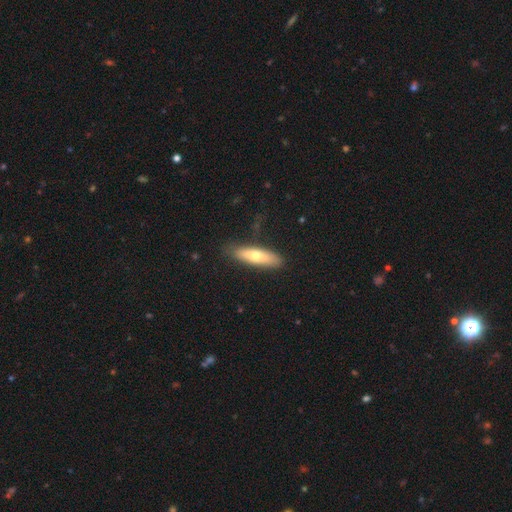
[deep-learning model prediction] This appears to be a smooth galaxy with no disk features (61%) that is cigar-shaped (64%). Merging: none (84%).